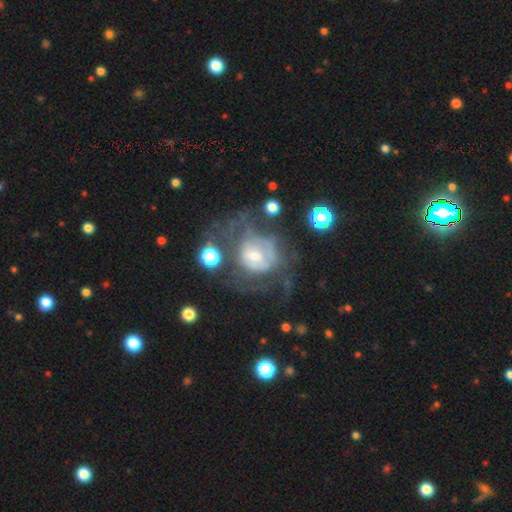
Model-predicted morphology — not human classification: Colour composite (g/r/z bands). It shows a featured or disk galaxy (67%) with no bar (61%), spiral arms (55%) and a small central bulge (49%). Merging: none (39%).